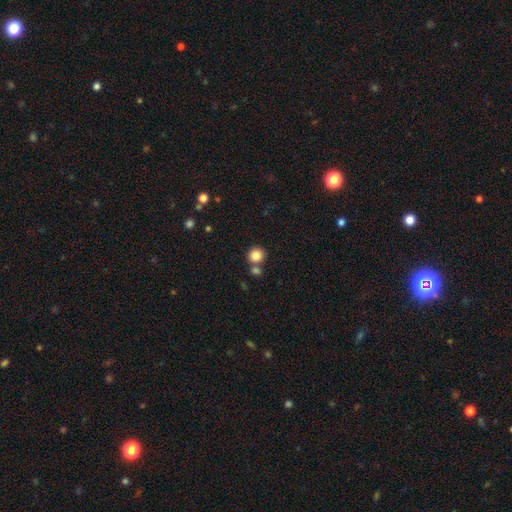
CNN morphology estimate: The model was most divided on "merging": none: 68%, merger: 22%, minor disturbance: 8%, major disturbance: 2%. More confident: how rounded — round (90%); smooth or featured — smooth (84%).